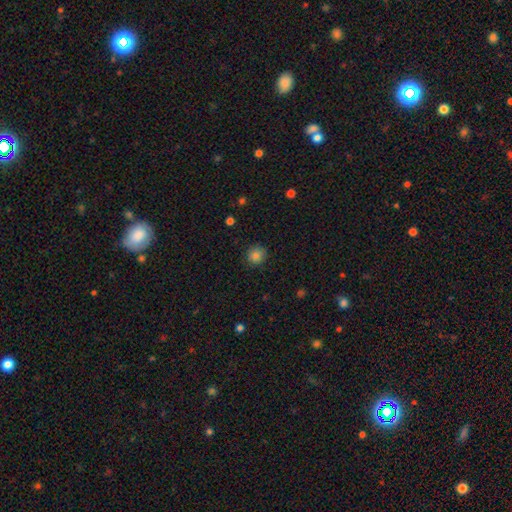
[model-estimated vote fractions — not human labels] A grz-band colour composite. It shows a smooth galaxy with no disk features (83%) that is round (90%). Merging: none (88%).